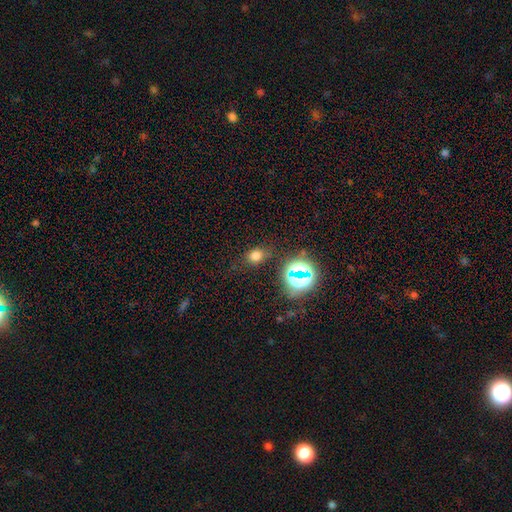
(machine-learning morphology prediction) Smooth or featured?
  - smooth: 67% *
  - star or artifact: 25%
  - featured or disk: 8%
How rounded?
  - round: 53% *
  - in between: 46%
  - cigar-shaped: 2%
Merging?
  - none: 75% *
  - minor disturbance: 15%
  - major disturbance: 6%
  - merger: 5%